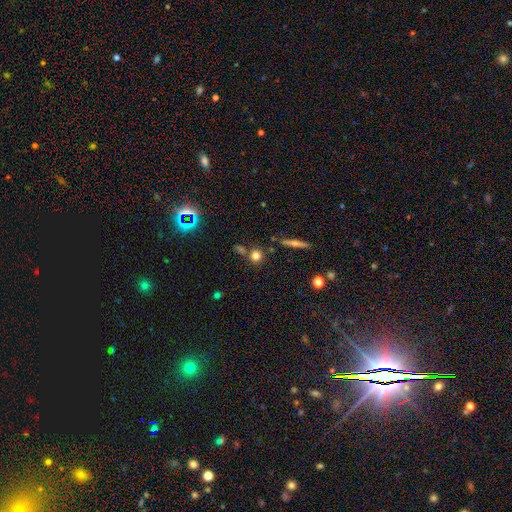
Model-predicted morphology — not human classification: Smooth or featured?
  - smooth: 73% *
  - star or artifact: 16%
  - featured or disk: 11%
How rounded?
  - round: 89% *
  - in between: 8%
  - cigar-shaped: 3%
Merging?
  - none: 72% *
  - merger: 15%
  - minor disturbance: 10%
  - major disturbance: 3%